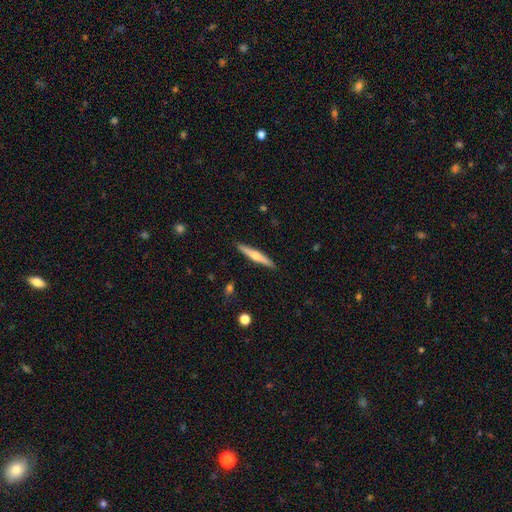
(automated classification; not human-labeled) Smooth or featured? featured or disk (53%)
Edge-on disk? yes (97%)
Edge-on bulge? rounded (83%)
Merging? none (90%)